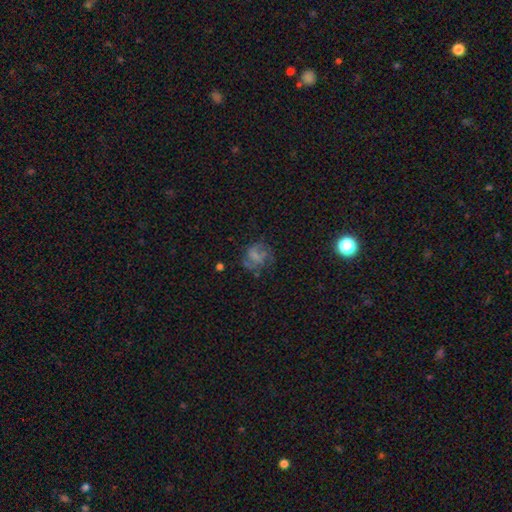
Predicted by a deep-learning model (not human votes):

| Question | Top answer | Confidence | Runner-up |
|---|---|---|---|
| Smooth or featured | featured or disk | 50% | smooth (36%) |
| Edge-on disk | no | 98% | yes (2%) |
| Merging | none | 52% | major disturbance (25%) |